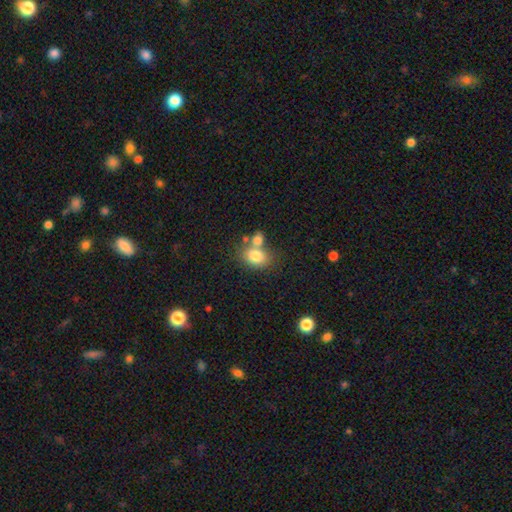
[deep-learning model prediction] smooth-or-featured: smooth: 79% | featured or disk: 12% | star or artifact: 9%
  how-rounded: in between: 62% | round: 36% | cigar-shaped: 1%
  merging: none: 46% | merger: 38% | minor disturbance: 12% | major disturbance: 4%